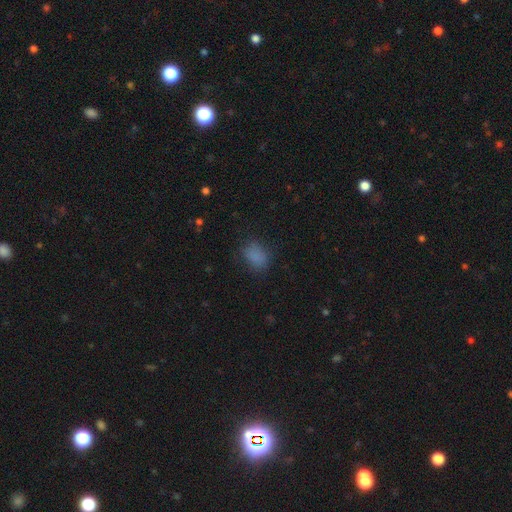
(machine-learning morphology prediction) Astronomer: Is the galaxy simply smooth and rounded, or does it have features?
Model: smooth — 81%.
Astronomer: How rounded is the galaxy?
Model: in between — 69%.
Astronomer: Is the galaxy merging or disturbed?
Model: none — 73%.